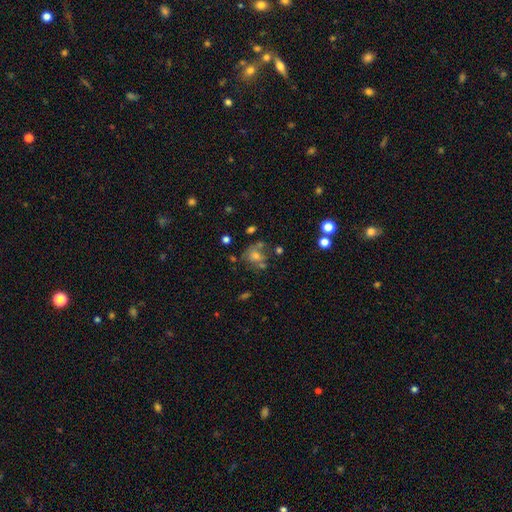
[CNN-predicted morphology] This appears to be a smooth galaxy with no disk features (59%) that is round (71%). Merging: none (48%).